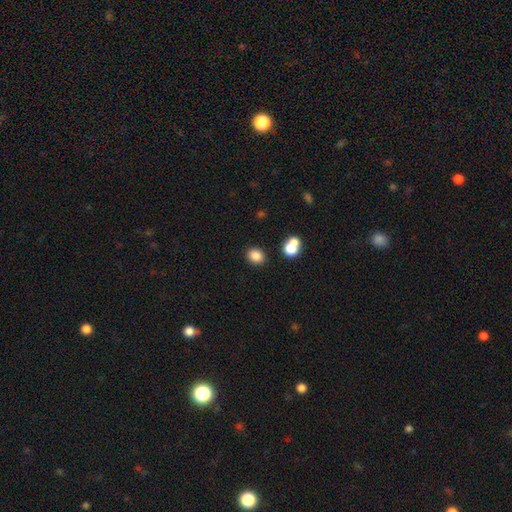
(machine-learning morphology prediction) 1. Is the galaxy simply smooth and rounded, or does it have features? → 84% smooth, 11% star or artifact, 5% featured or disk.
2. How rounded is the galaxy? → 59% round, 40% in between, 1% cigar-shaped.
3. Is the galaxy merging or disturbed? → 82% none, 9% minor disturbance, 7% merger, 3% major disturbance.